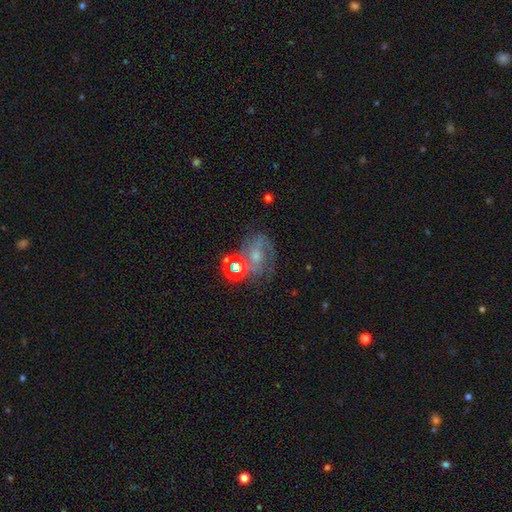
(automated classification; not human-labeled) This is likely a featured or disk galaxy (64%). It is clearly not viewed edge-on (97%). Bar: possibly no (55%). Spiral arm pattern: clearly yes (89%). Spiral arm count: likely 2 (65%). Spiral winding: possibly medium (50%). Central bulge: possibly small (47%). Merging: possibly none (52%).